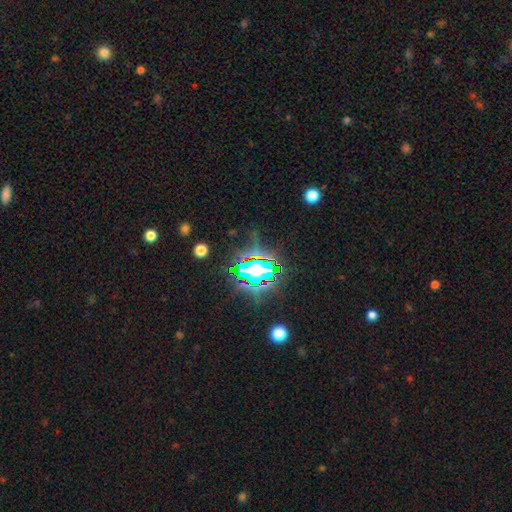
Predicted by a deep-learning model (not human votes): This appears to be a star or artifact, not a galaxy (70%).